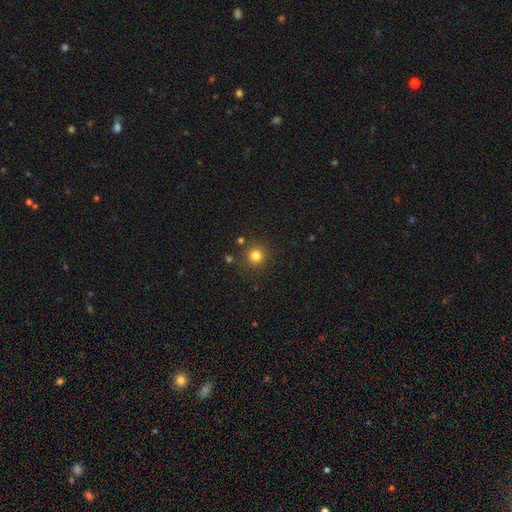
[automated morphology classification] This is clearly a smooth galaxy (80%). How rounded: clearly round (94%). Merging: clearly none (88%).